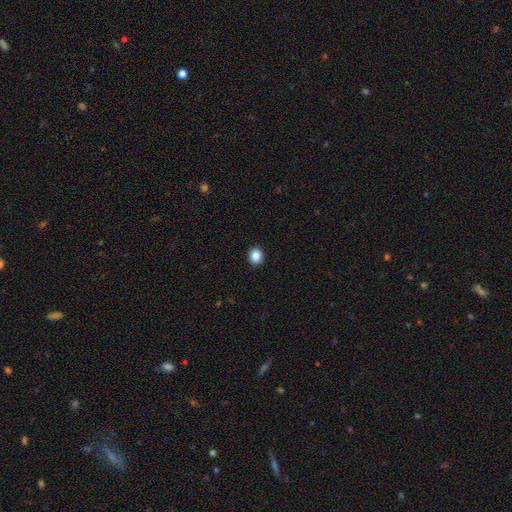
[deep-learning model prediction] smooth-or-featured: smooth: 87% | star or artifact: 10% | featured or disk: 3%
  how-rounded: round: 78% | in between: 21% | cigar-shaped: 1%
  merging: none: 93% | minor disturbance: 5% | major disturbance: 2% | merger: 1%